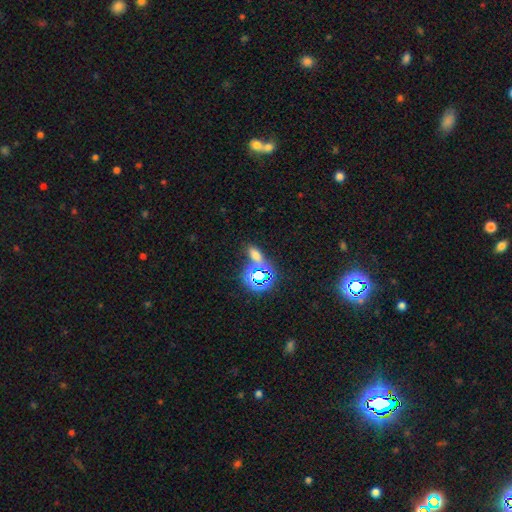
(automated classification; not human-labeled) smooth-or-featured: smooth: 50% | star or artifact: 40% | featured or disk: 10%
  how-rounded: in between: 73% | round: 18% | cigar-shaped: 10%
  merging: none: 67% | merger: 17% | minor disturbance: 11% | major disturbance: 5%